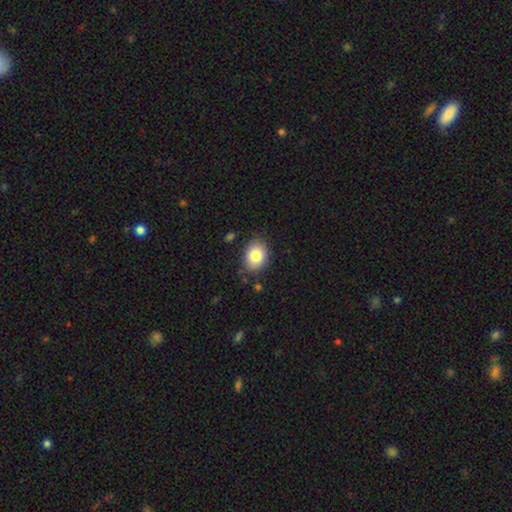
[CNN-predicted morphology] The model was most divided on "how rounded": in between: 62%, round: 37%, cigar-shaped: 1%. More confident: merging — none (84%); smooth or featured — smooth (82%).